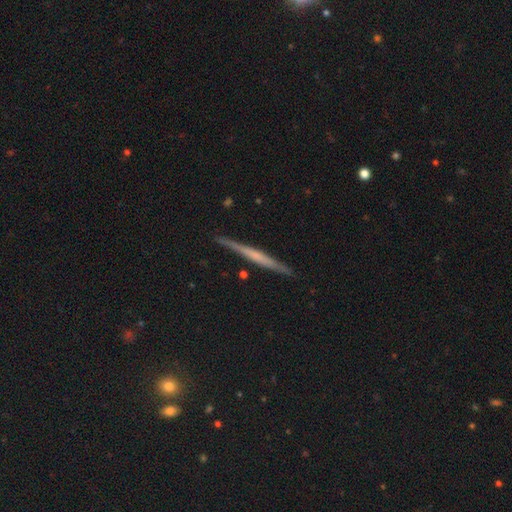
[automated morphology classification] Smooth or featured: featured or disk — 62% (smooth — 32%)
Edge-on disk: yes — 98% (no — 2%)
Edge-on bulge: none — 65% (rounded — 21%)
Merging: none — 90% (minor disturbance — 8%)